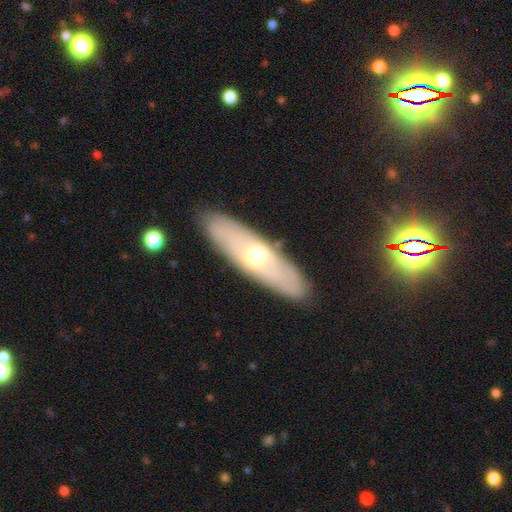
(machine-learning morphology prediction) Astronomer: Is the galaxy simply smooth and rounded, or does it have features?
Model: featured or disk — 59%.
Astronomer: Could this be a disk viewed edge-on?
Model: no — 57% (runner-up: yes, 43%).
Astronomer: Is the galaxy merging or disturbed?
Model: none — 87%.